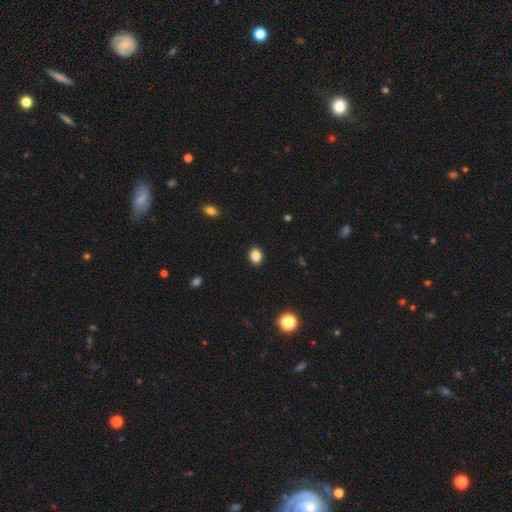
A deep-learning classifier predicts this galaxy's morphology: The model was most divided on "how rounded": in between: 62%, round: 37%, cigar-shaped: 1%. More confident: merging — none (90%); smooth or featured — smooth (86%).